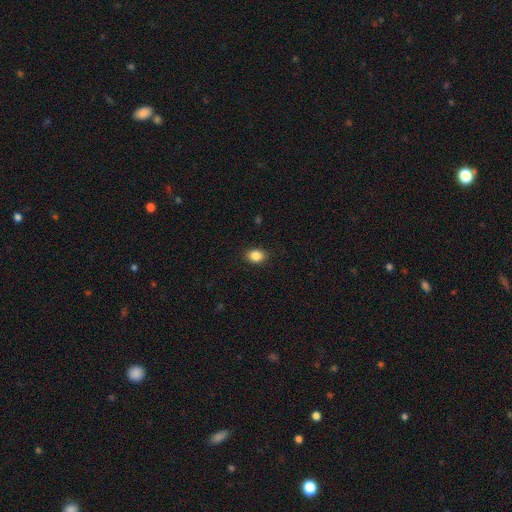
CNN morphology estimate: A smooth galaxy with no disk features (87%) that is in between round and cigar-shaped (62%). Merging: none (88%).